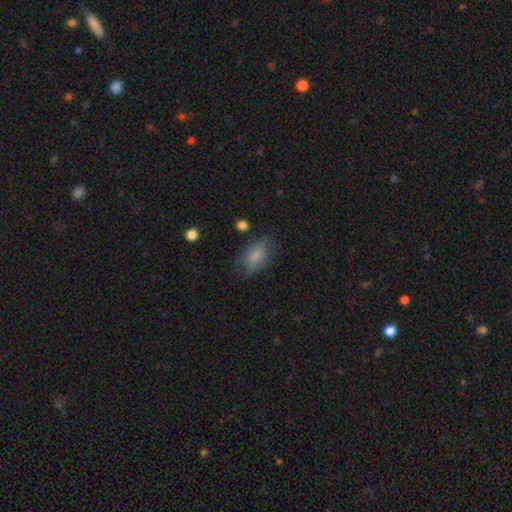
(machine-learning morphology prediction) Smooth or featured?
  - smooth: 74% *
  - featured or disk: 17%
  - star or artifact: 9%
How rounded?
  - in between: 86% *
  - cigar-shaped: 7%
  - round: 7%
Merging?
  - none: 65% *
  - minor disturbance: 24%
  - major disturbance: 9%
  - merger: 2%